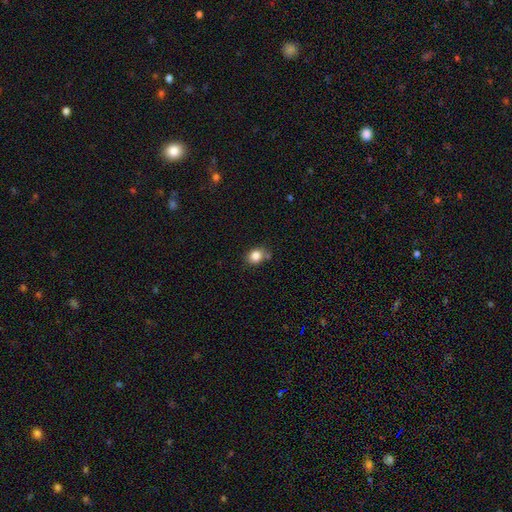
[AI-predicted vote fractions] A smooth galaxy with no disk features (84%) that is round (54%).

Vote fractions:
- Smooth or featured? smooth: 84% / star or artifact: 10% / featured or disk: 6%
- How rounded? round: 54% / in between: 45% / cigar-shaped: 1%
- Merging? none: 69% / minor disturbance: 18% / merger: 8% / major disturbance: 4%